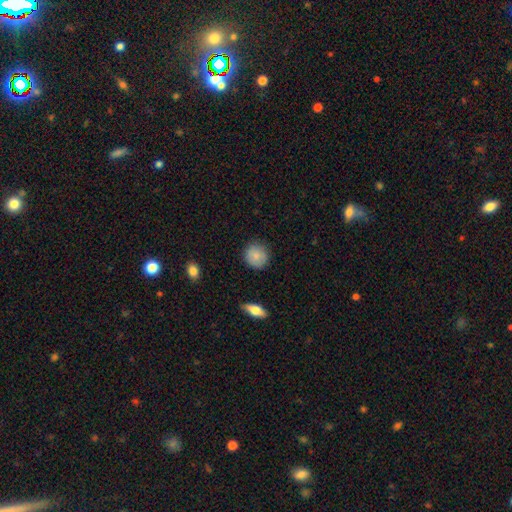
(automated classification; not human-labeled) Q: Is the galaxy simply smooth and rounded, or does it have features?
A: smooth — 84%.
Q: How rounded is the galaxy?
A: round — 89%.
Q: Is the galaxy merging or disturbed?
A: none — 86%.